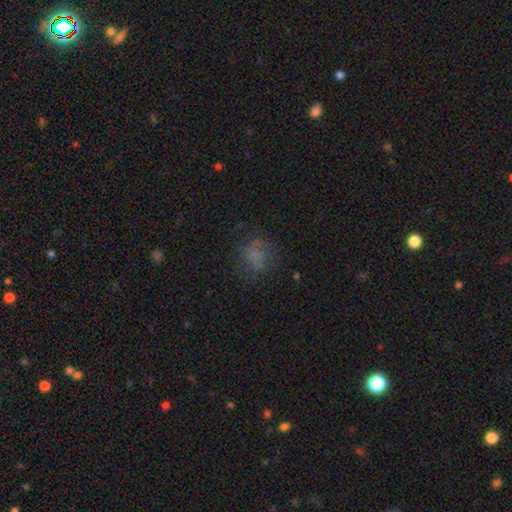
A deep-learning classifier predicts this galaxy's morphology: Smooth or featured? smooth (59%)
How rounded? round (62%)
Merging? none (63%)